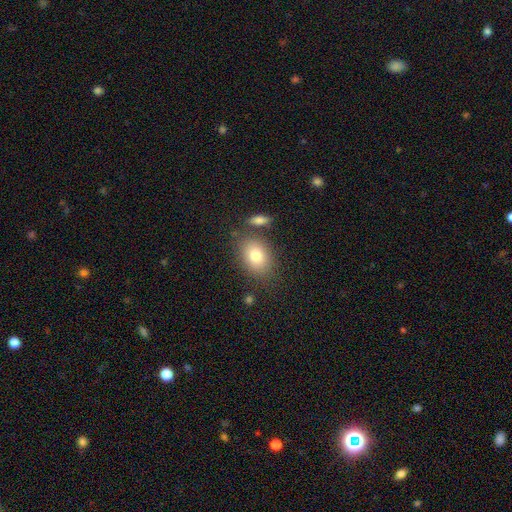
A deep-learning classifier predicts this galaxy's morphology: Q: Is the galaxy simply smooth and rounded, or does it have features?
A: smooth — 78%.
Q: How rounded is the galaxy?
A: in between — 71%.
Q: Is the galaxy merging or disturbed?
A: none — 76%.